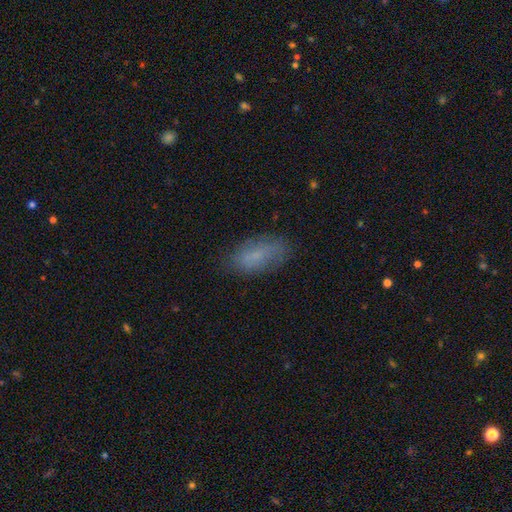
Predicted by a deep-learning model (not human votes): smooth-or-featured: smooth: 71% | featured or disk: 20% | star or artifact: 9%
  how-rounded: in between: 88% | cigar-shaped: 9% | round: 3%
  merging: none: 74% | minor disturbance: 19% | major disturbance: 5% | merger: 1%